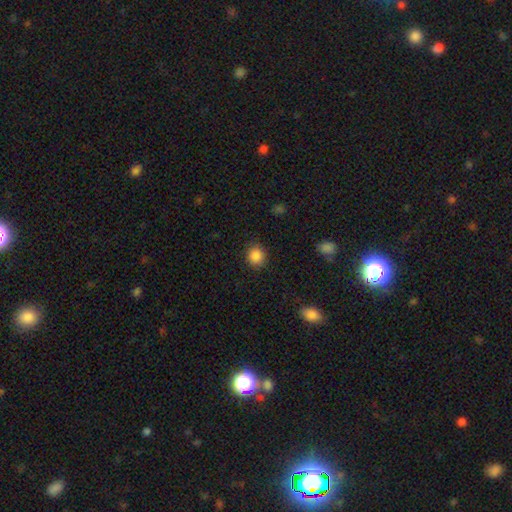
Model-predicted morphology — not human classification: The model was most divided on "how rounded": round: 87%, in between: 12%, cigar-shaped: 1%. More confident: merging — none (87%); smooth or featured — smooth (86%).